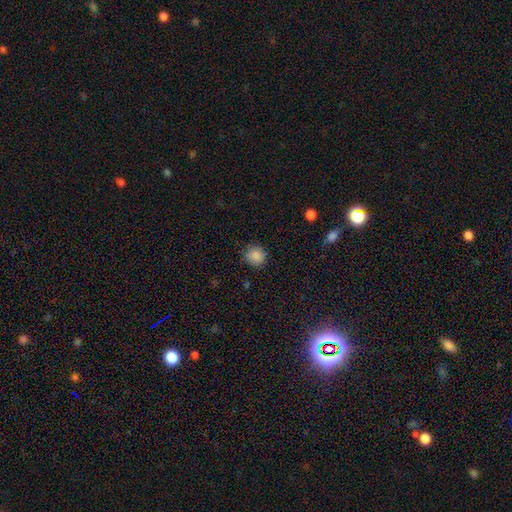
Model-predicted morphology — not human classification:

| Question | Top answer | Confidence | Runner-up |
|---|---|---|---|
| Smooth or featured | smooth | 87% | star or artifact (10%) |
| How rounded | round | 90% | in between (9%) |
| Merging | none | 86% | minor disturbance (10%) |